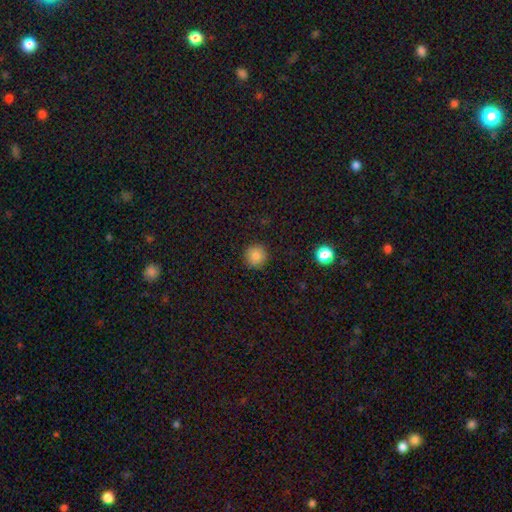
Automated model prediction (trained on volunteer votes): Q: Smooth or featured?
A: smooth (84%); runner-up: star or artifact (11%)
Q: How rounded?
A: round (95%); runner-up: in between (4%)
Q: Merging?
A: none (92%); runner-up: minor disturbance (6%)